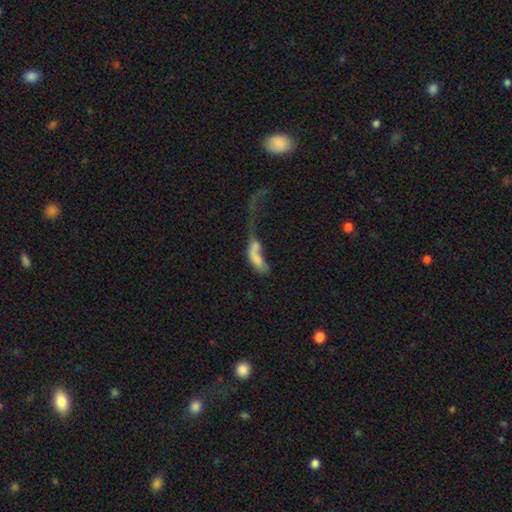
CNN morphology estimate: Overall: smooth (55%; featured or disk 34%). How rounded: in between (64%; cigar-shaped 31%). Merging: merger (50%; major disturbance 33%).